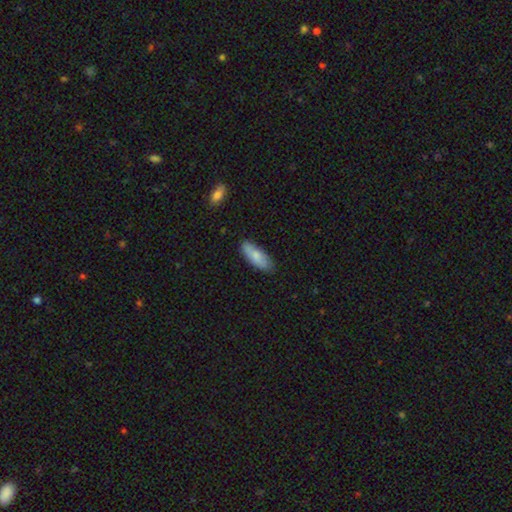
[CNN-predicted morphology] smooth_or_featured: smooth (p=0.80) [alt: featured or disk p=0.14]
how_rounded: in between (p=0.70) [alt: cigar-shaped p=0.28]
merging: none (p=0.81) [alt: minor disturbance p=0.15]